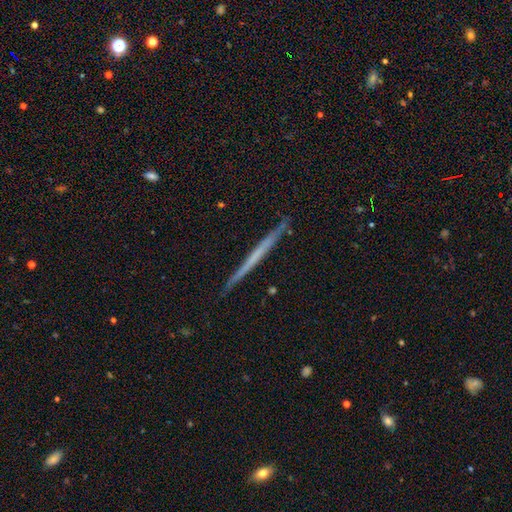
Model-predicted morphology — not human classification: type=featured or disk (57%); edge-on=yes (98%); edge-on bulge=none (92%); merging=none (91%).